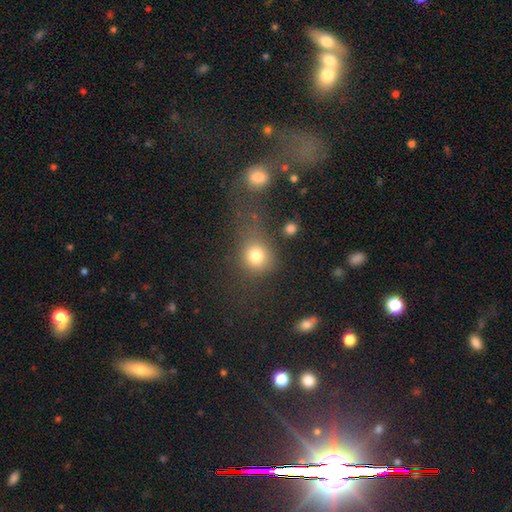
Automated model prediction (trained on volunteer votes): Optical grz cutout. It shows a smooth galaxy with no disk features (77%) that is round (79%). Merging: none (52%).